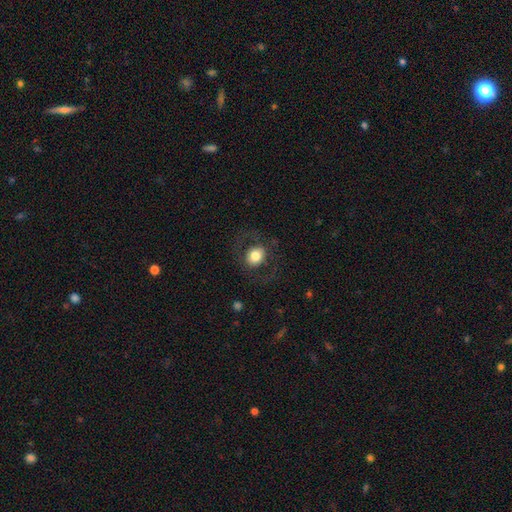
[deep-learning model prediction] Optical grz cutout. It shows a smooth galaxy with no disk features (70%) that is round (64%). Merging: none (76%).